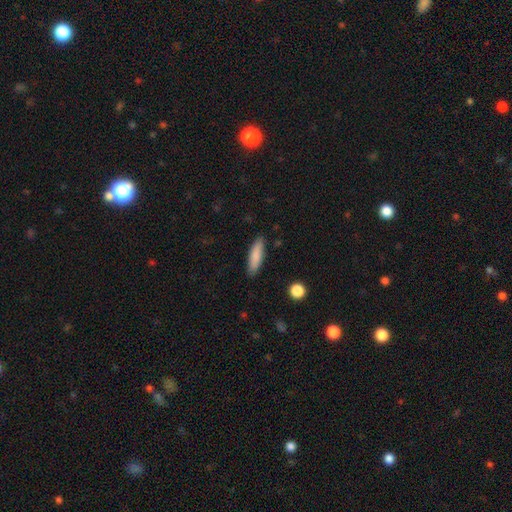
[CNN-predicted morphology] This appears to be a smooth galaxy with no disk features (84%) that is cigar-shaped (63%). Merging: none (88%).